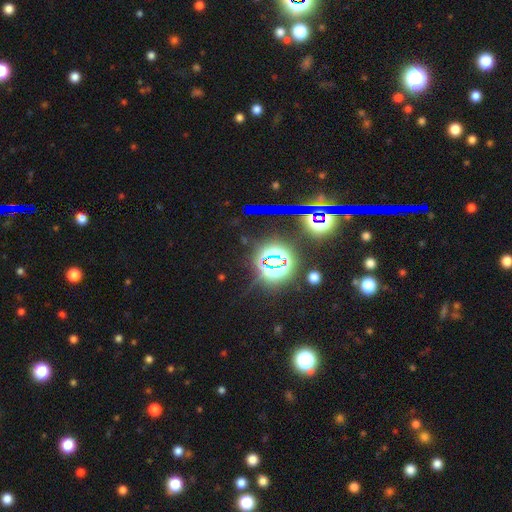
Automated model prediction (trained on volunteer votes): This is likely a star or artifact rather than a galaxy (75%).